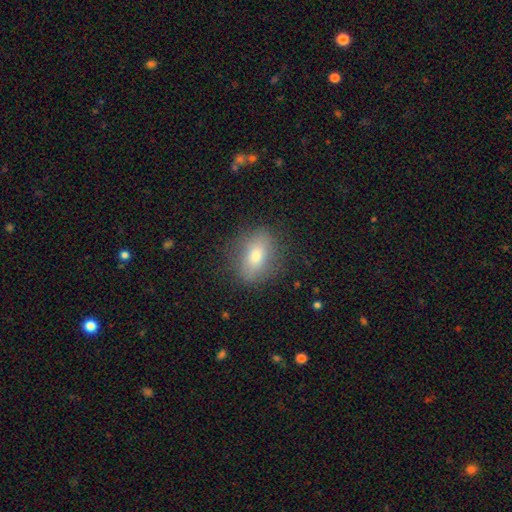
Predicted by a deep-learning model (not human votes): Smooth or featured?
  - smooth: 71% *
  - featured or disk: 20%
  - star or artifact: 9%
How rounded?
  - in between: 69% *
  - round: 26%
  - cigar-shaped: 5%
Merging?
  - none: 83% *
  - minor disturbance: 12%
  - major disturbance: 4%
  - merger: 1%